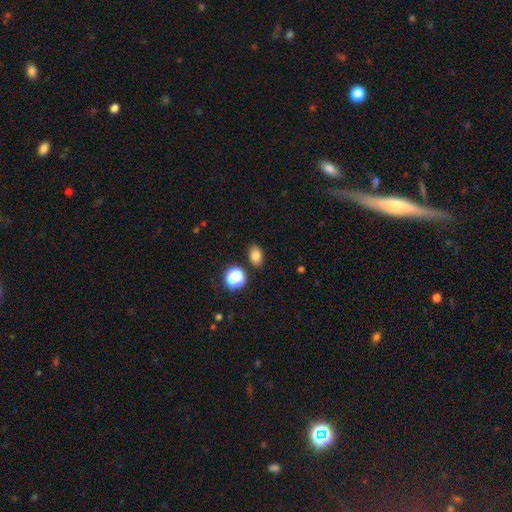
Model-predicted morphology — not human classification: A smooth galaxy with no disk features (80%) that is in between round and cigar-shaped (76%). Merging: none (85%).